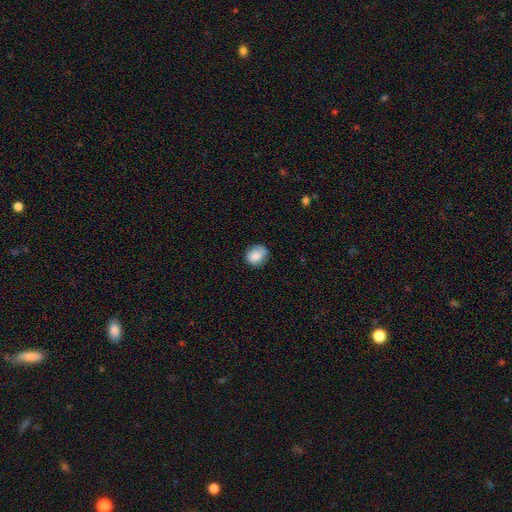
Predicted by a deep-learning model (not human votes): Smooth or featured?
  - smooth: 83% *
  - featured or disk: 9%
  - star or artifact: 8%
How rounded?
  - round: 68% *
  - in between: 31%
  - cigar-shaped: 1%
Merging?
  - none: 67% *
  - minor disturbance: 26%
  - major disturbance: 6%
  - merger: 2%